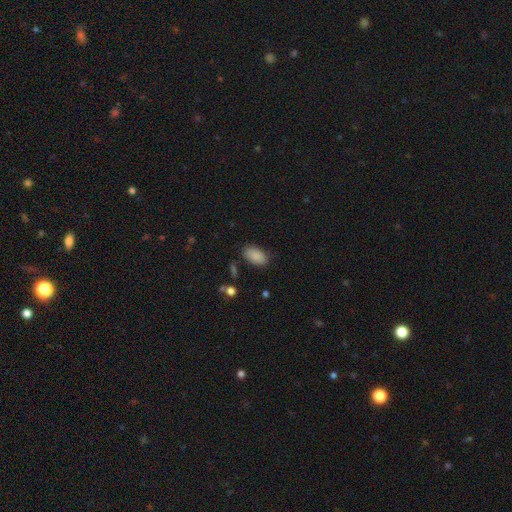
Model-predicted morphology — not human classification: smooth-or-featured: smooth: 88% | star or artifact: 8% | featured or disk: 5%
  how-rounded: in between: 94% | round: 4% | cigar-shaped: 2%
  merging: none: 81% | minor disturbance: 14% | major disturbance: 4% | merger: 2%